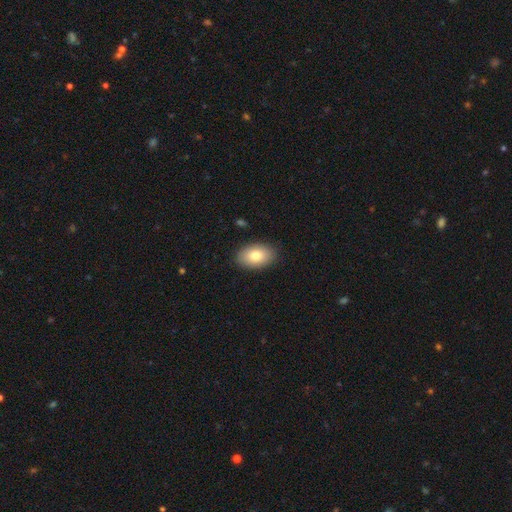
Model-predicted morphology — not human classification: Smooth or featured? smooth (80%)
How rounded? in between (90%)
Merging? none (88%)